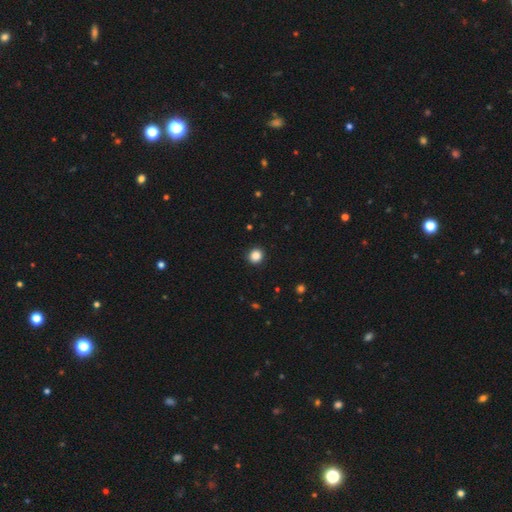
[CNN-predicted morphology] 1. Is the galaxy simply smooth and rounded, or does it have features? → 86% smooth, 11% star or artifact, 3% featured or disk.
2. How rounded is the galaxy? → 90% round, 9% in between, 1% cigar-shaped.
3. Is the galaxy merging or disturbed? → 92% none, 5% minor disturbance, 2% major disturbance, 1% merger.